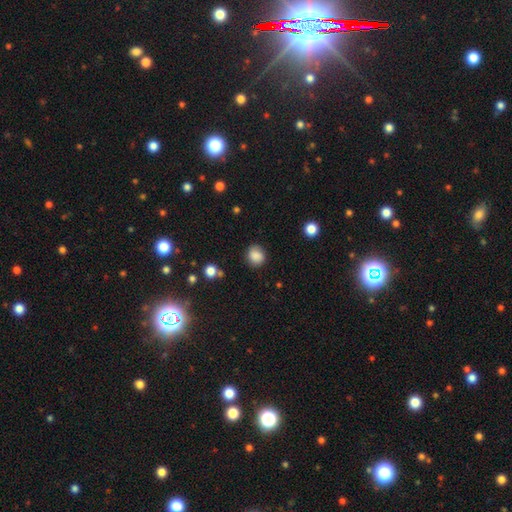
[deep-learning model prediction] Smooth or featured: smooth — 86% (star or artifact — 10%)
How rounded: round — 78% (in between — 21%)
Merging: none — 82% (minor disturbance — 13%)